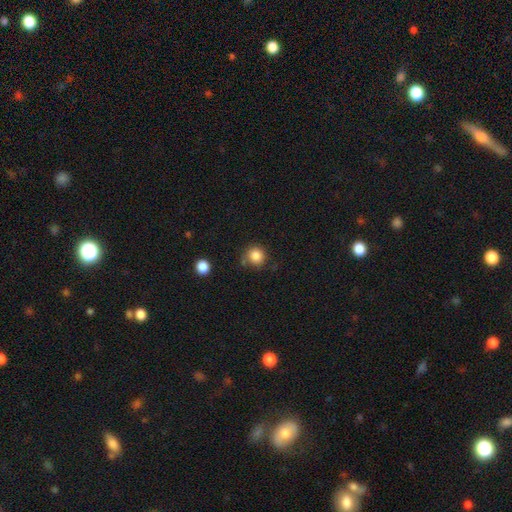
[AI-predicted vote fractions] The model was most divided on "merging": none: 75%, minor disturbance: 15%, merger: 6%, major disturbance: 4%. More confident: how rounded — round (90%); smooth or featured — smooth (84%).